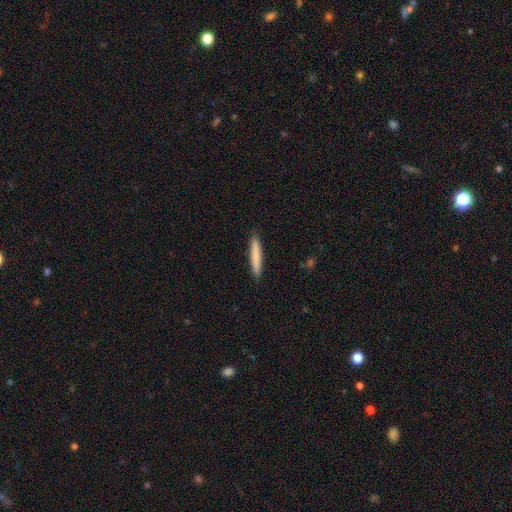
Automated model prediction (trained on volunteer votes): smooth_or_featured: smooth (p=0.79) [alt: featured or disk p=0.15]
how_rounded: cigar-shaped (p=0.95) [alt: in between p=0.04]
merging: none (p=0.91) [alt: minor disturbance p=0.06]